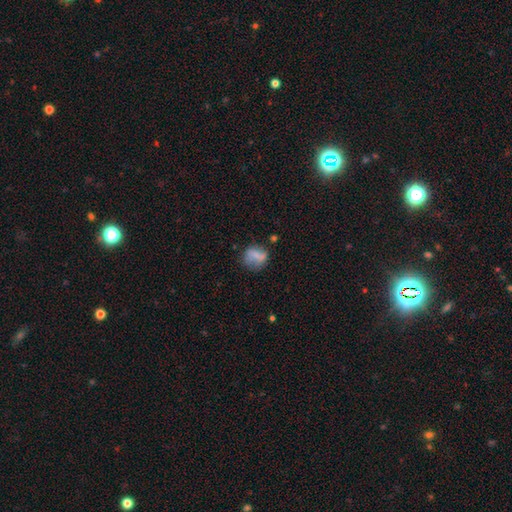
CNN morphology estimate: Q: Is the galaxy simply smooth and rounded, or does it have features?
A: smooth — 66%.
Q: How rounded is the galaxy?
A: round — 69%.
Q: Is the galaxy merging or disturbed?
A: none — 56%.